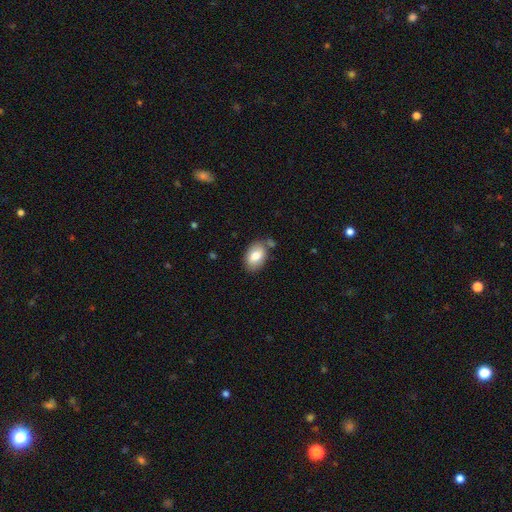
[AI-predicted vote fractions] Smooth or featured?
  - smooth: 78% *
  - featured or disk: 15%
  - star or artifact: 7%
How rounded?
  - in between: 89% *
  - round: 9%
  - cigar-shaped: 1%
Merging?
  - none: 71% *
  - minor disturbance: 17%
  - merger: 8%
  - major disturbance: 4%